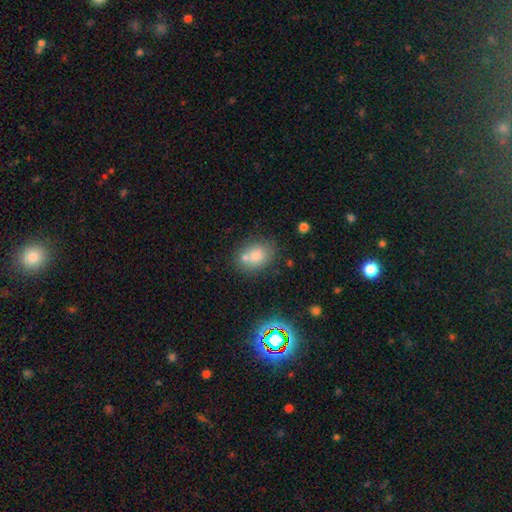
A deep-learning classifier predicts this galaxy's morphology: This is likely a smooth galaxy (73%). How rounded: possibly in between (55%). Merging: possibly none (58%).